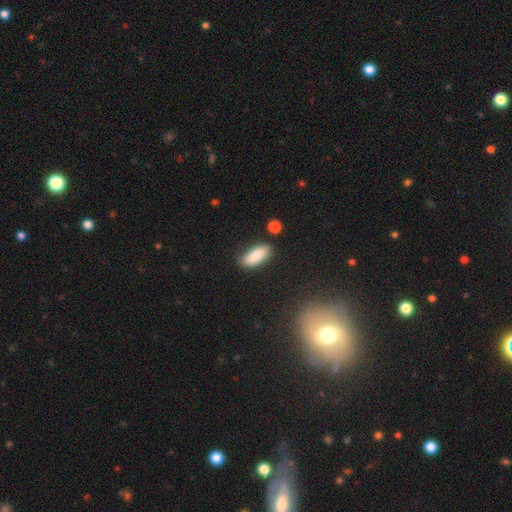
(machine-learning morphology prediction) Smooth or featured: smooth — 85% (featured or disk — 8%)
How rounded: in between — 84% (cigar-shaped — 13%)
Merging: none — 82% (minor disturbance — 12%)